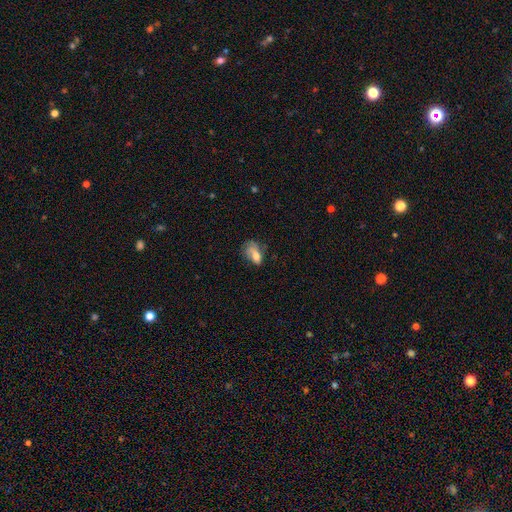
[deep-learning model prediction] Morphology: type=smooth (66%); roundness=in between (87%); merging=none (32%, tied with major disturbance and minor disturbance).